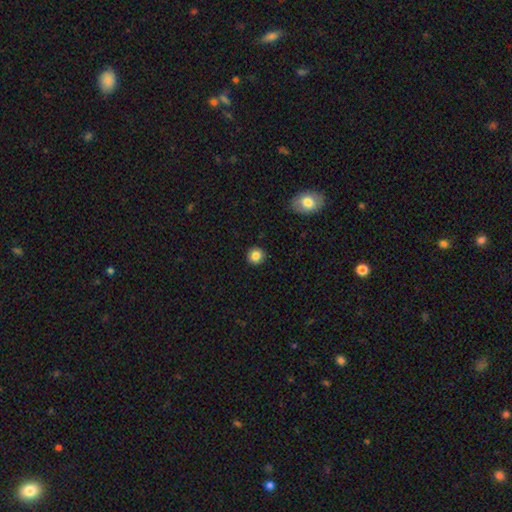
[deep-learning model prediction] smooth-or-featured: smooth: 85% | star or artifact: 10% | featured or disk: 5%
  how-rounded: round: 92% | in between: 7% | cigar-shaped: 1%
  merging: none: 92% | minor disturbance: 6% | major disturbance: 2% | merger: 1%